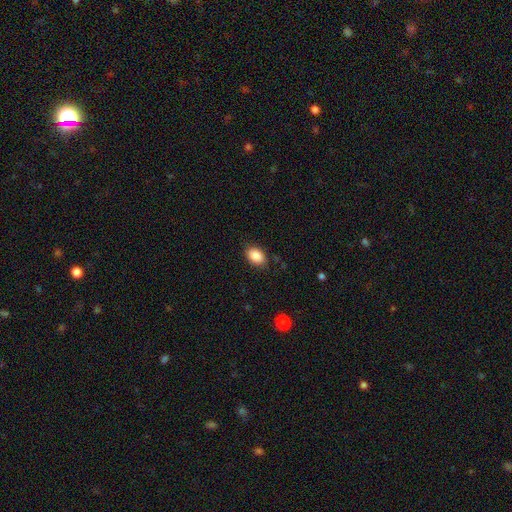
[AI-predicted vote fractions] A smooth galaxy with no disk features (88%) that is in between round and cigar-shaped (86%). Merging: none (84%).